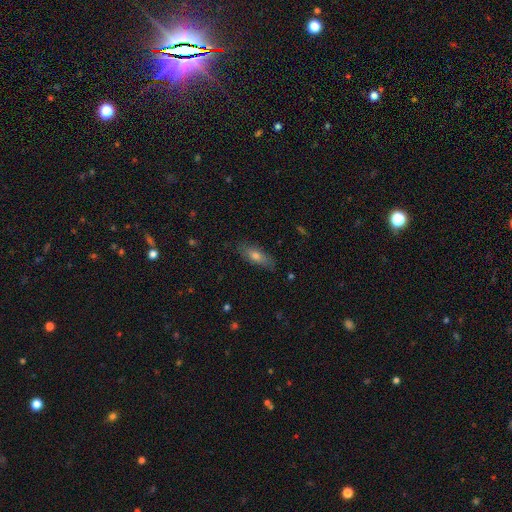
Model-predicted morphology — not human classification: Overall: smooth (65%; featured or disk 27%). How rounded: in between (59%; cigar-shaped 38%). Merging: none (83%).